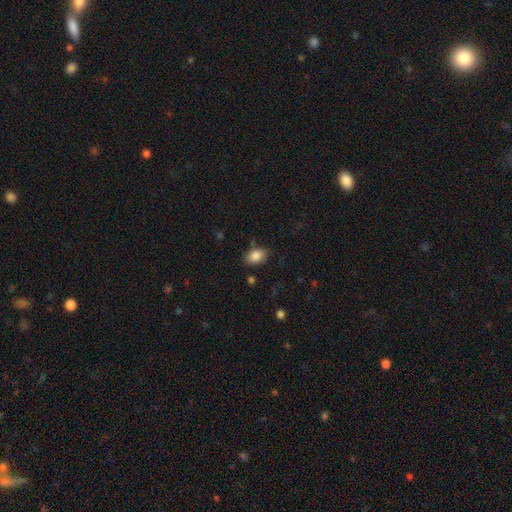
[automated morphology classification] smooth-or-featured: smooth: 85% | star or artifact: 8% | featured or disk: 7%
  how-rounded: in between: 84% | round: 14% | cigar-shaped: 1%
  merging: none: 78% | minor disturbance: 15% | major disturbance: 4% | merger: 3%